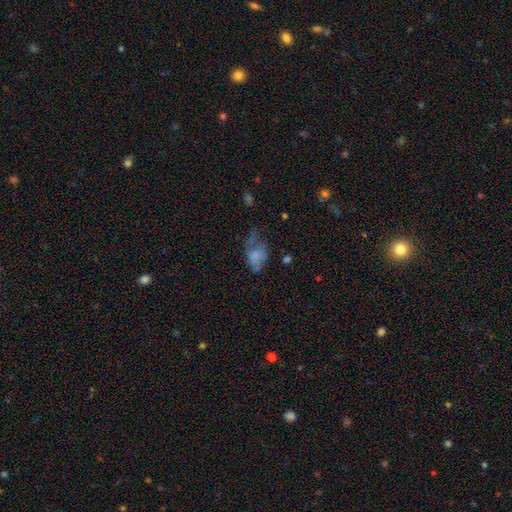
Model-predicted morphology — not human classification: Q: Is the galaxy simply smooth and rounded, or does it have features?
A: smooth — 56%.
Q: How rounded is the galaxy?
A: in between — 83%.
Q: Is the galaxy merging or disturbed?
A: major disturbance — 45%.